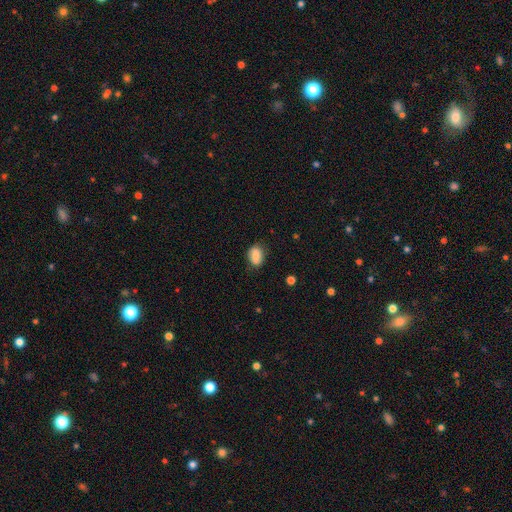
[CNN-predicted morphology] This is clearly a smooth galaxy (85%). How rounded: clearly in between (80%). Merging: likely none (77%).